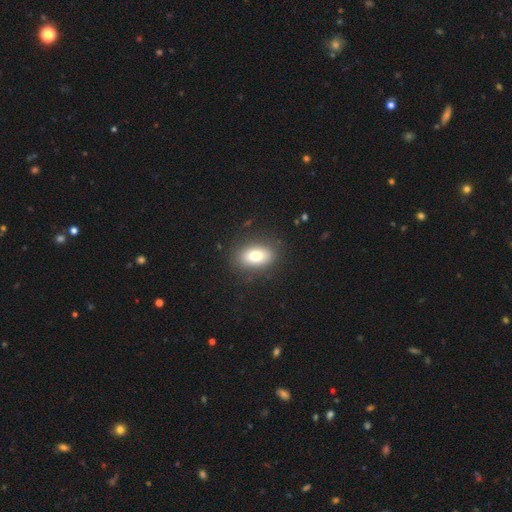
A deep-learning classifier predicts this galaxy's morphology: This is likely a smooth galaxy (76%). How rounded: clearly in between (83%). Merging: clearly none (85%).